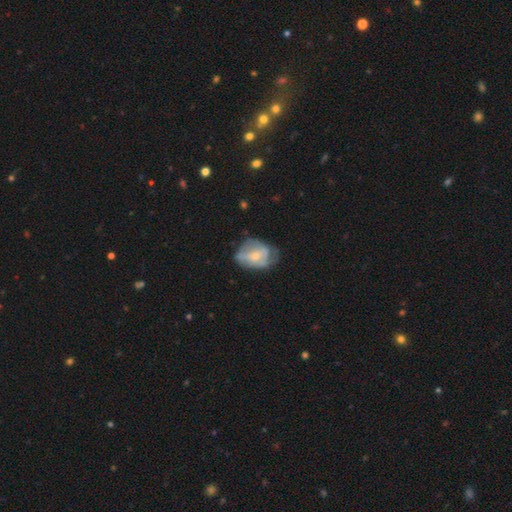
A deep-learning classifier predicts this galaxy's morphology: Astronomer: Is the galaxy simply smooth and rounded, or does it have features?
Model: featured or disk — 49% (runner-up: smooth, 44%).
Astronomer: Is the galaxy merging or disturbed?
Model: none — 43% (runner-up: minor disturbance, 34%).